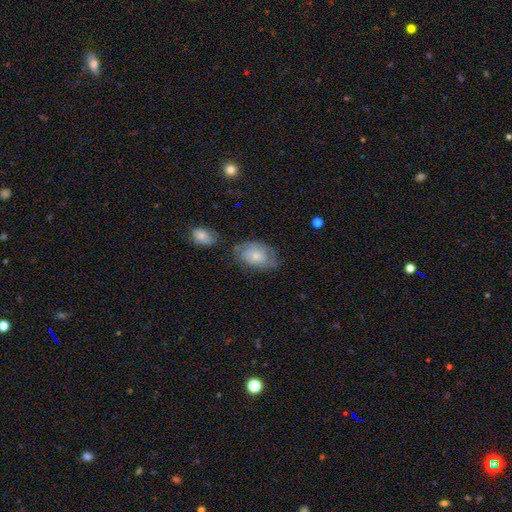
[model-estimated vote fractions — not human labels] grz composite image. It shows a featured or disk galaxy (50%). Merging: none (57%).